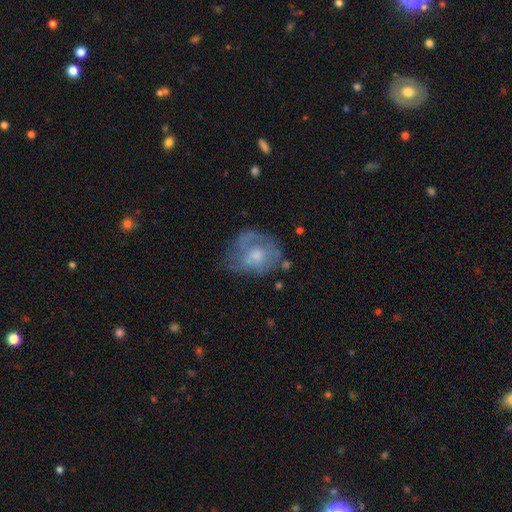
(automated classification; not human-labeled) Smooth or featured? Predicted: featured or disk (p=0.57). Edge-on disk? Predicted: no (p=0.97). Bar? Predicted: no (p=0.79). Spiral arms? Predicted: yes (p=0.55). Bulge size? Predicted: moderate (p=0.57). Merging? Predicted: none (p=0.49).